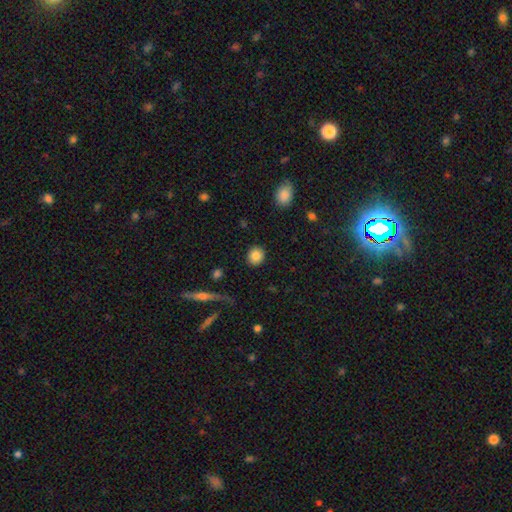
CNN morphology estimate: smooth 86%, star or artifact 9%, featured or disk 6%. Down the decision tree: how rounded — round (86%); merging — none (90%).